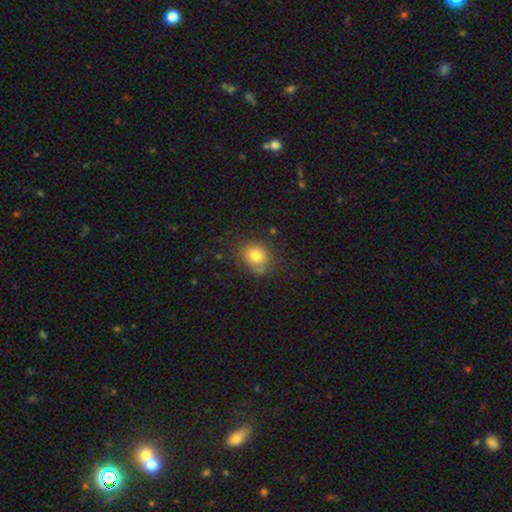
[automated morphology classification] smooth 79%, star or artifact 11%, featured or disk 10%. Down the decision tree: how rounded — round (60%); merging — none (70%).